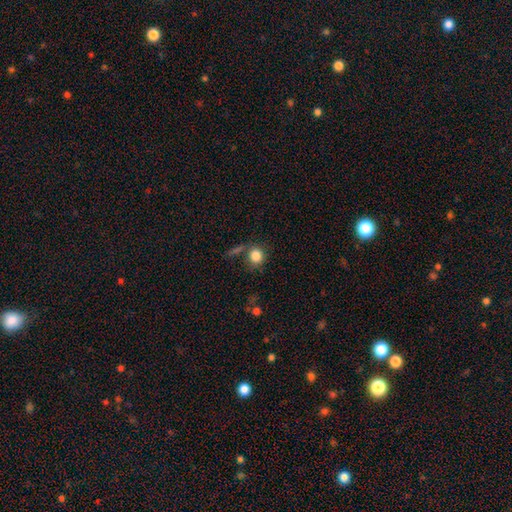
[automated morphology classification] The model was most divided on "merging": none: 63%, minor disturbance: 16%, merger: 13%, major disturbance: 8%. More confident: smooth or featured — smooth (84%); how rounded — round (82%).